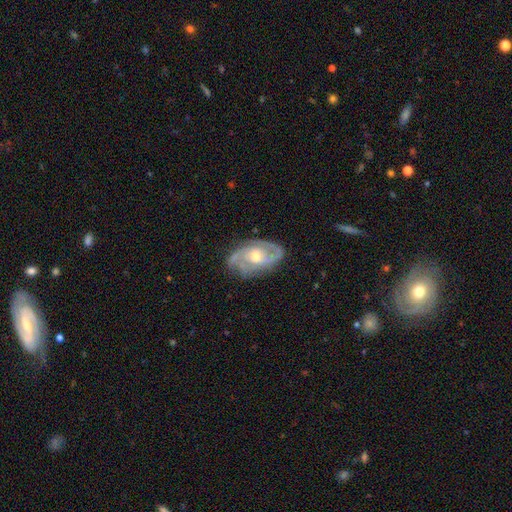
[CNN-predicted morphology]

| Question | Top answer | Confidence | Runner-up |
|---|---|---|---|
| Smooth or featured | featured or disk | 88% | smooth (7%) |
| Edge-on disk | no | 96% | yes (4%) |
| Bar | no | 61% | weak (31%) |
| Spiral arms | yes | 96% | no (4%) |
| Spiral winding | medium | 45% | tight (41%) |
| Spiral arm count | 2 | 49% | 3 (25%) |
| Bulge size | moderate | 60% | small (36%) |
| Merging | none | 75% | minor disturbance (18%) |